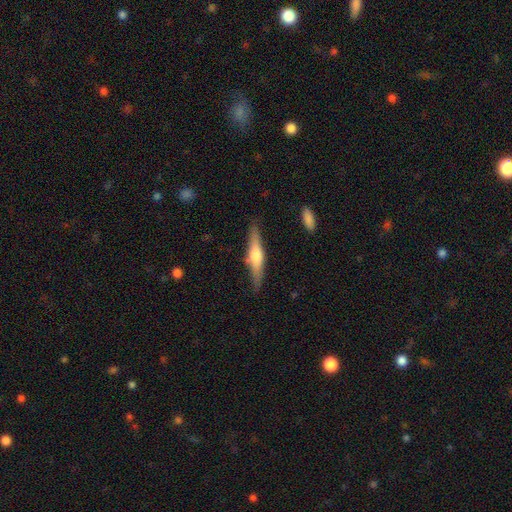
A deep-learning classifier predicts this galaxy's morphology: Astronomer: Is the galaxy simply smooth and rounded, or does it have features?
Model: featured or disk — 52% (runner-up: smooth, 43%).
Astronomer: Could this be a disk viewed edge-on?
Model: yes — 95%.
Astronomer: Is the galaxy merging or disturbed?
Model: none — 84%.